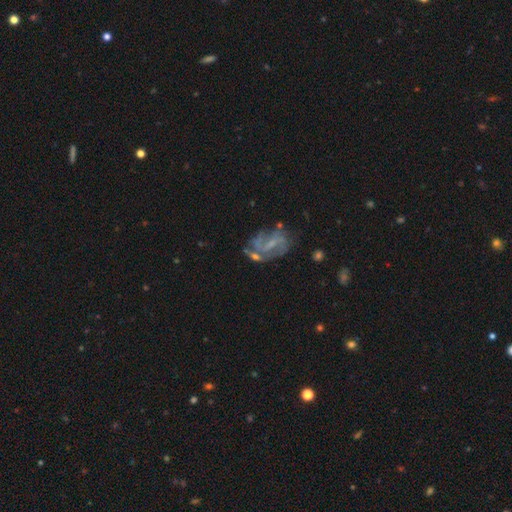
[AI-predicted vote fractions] The model was most divided on "bulge size": small: 44%, none: 34%, moderate: 18%, large: 2%, dominant: 1%. Remaining: edge-on disk — no (97%); spiral arms — yes (79%); smooth or featured — featured or disk (75%); spiral arm count — 2 (51%); bar — weak (48%); merging — none (46%); spiral winding — medium (44%).